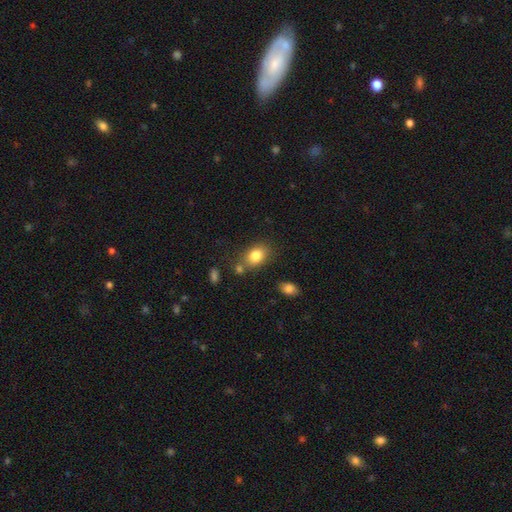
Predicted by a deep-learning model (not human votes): Overall: smooth (81%). How rounded: in between (74%). Merging: none (70%).